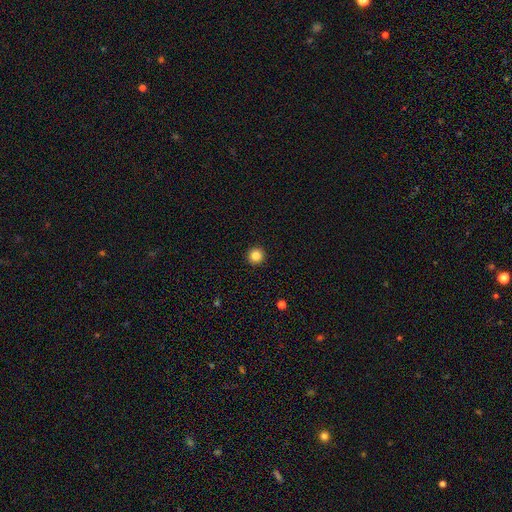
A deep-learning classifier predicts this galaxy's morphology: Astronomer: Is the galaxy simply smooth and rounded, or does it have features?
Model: smooth — 84%.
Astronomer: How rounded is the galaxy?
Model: round — 96%.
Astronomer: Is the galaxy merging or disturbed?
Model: none — 94%.